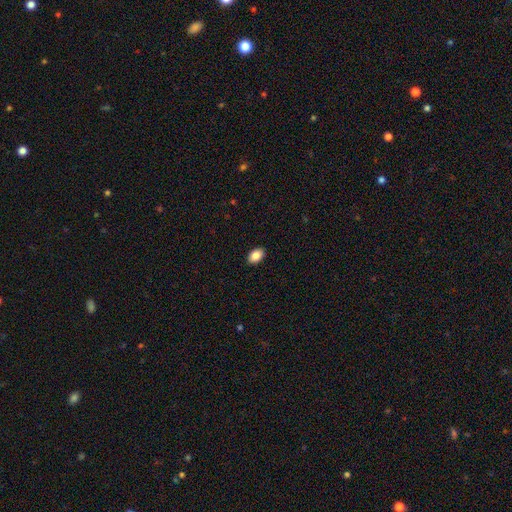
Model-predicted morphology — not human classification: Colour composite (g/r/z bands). It shows a smooth galaxy with no disk features (87%) that is in between round and cigar-shaped (89%). Merging: none (90%).